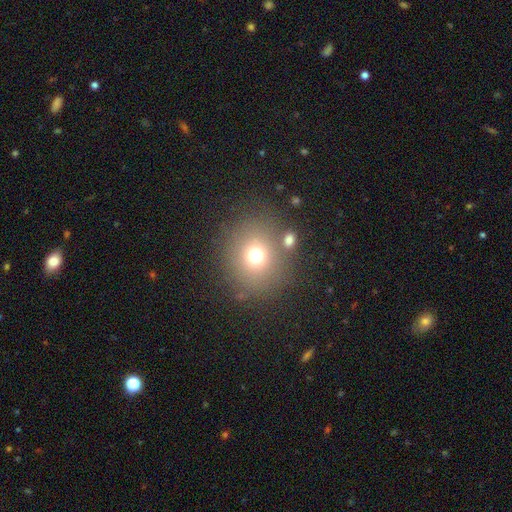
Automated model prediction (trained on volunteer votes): Smooth or featured: smooth — 70% (star or artifact — 18%)
How rounded: round — 82% (in between — 18%)
Merging: none — 74% (minor disturbance — 10%)